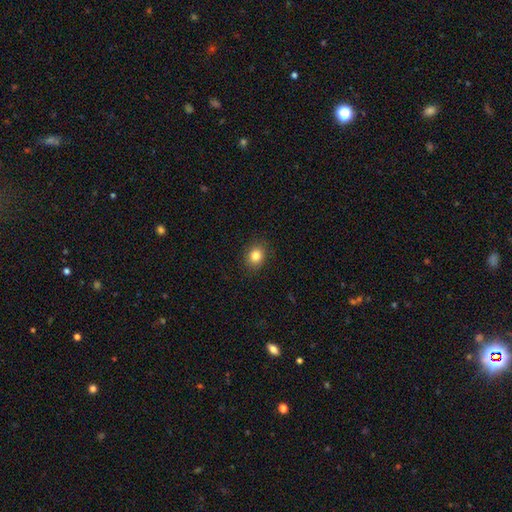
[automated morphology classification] Smooth or featured? smooth (83%)
How rounded? round (54%)
Merging? none (88%)